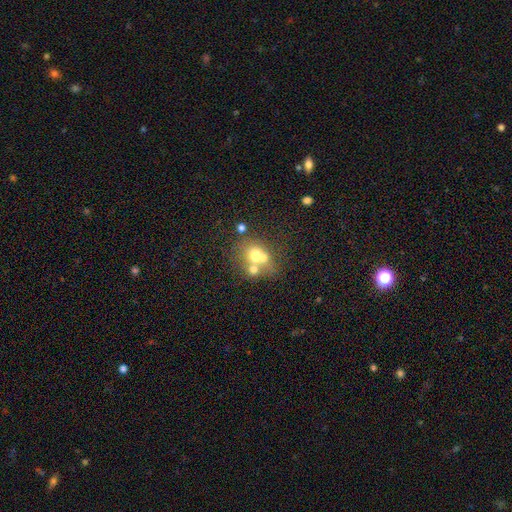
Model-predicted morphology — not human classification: Smooth or featured? Predicted: smooth (p=0.60). How rounded? Predicted: round (p=0.73). Merging? Predicted: merger (p=0.49).